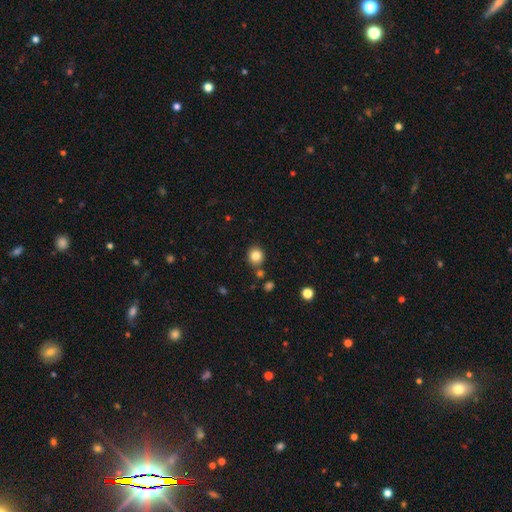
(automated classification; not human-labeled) Smooth or featured: smooth — 83% (star or artifact — 11%)
How rounded: round — 82% (in between — 17%)
Merging: none — 82% (minor disturbance — 9%)